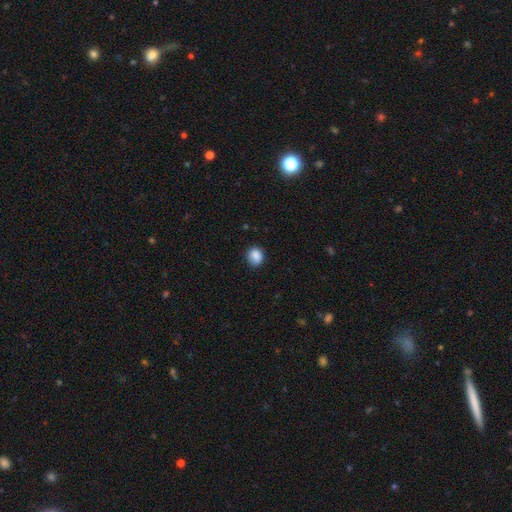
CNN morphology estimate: Overall: smooth (88%). How rounded: round (70%). Merging: none (81%).